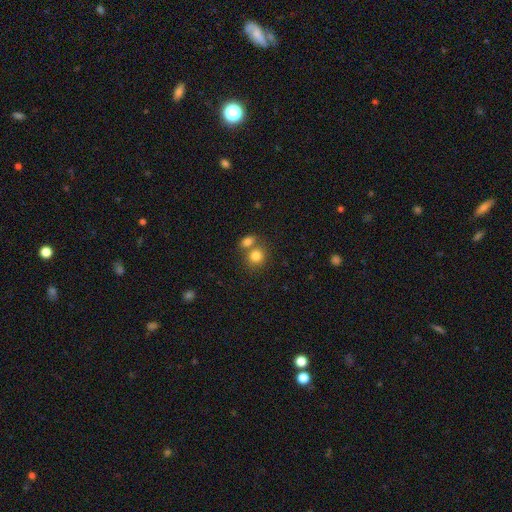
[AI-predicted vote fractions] smooth_or_featured: smooth (p=0.82) [alt: star or artifact p=0.11]
how_rounded: round (p=0.77) [alt: in between p=0.22]
merging: none (p=0.48) [alt: merger p=0.41]